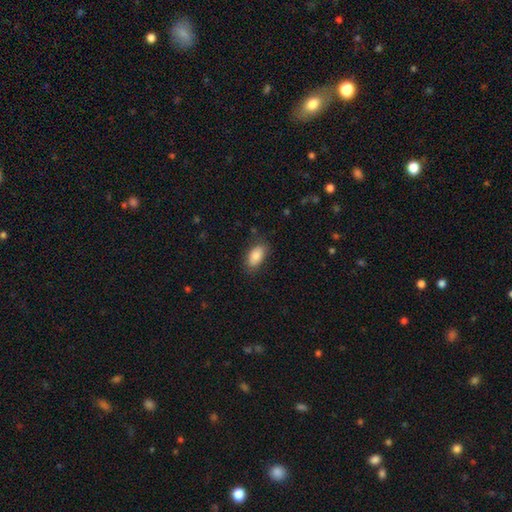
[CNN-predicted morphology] smooth 85%, featured or disk 9%, star or artifact 7%. Down the decision tree: how rounded — in between (92%); merging — none (79%).